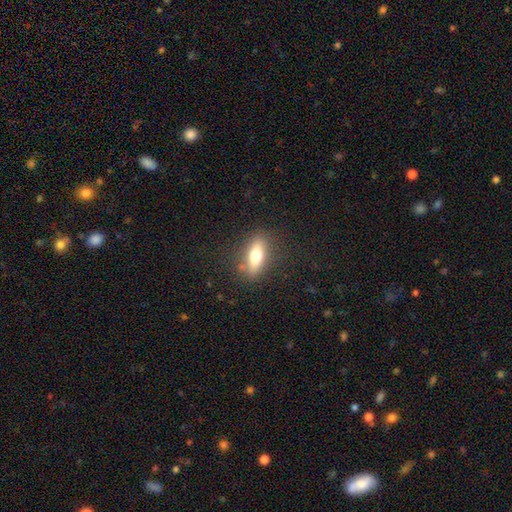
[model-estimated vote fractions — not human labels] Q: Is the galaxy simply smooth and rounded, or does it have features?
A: smooth — 66%.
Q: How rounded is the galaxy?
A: in between — 66%.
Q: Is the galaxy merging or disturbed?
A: none — 83%.